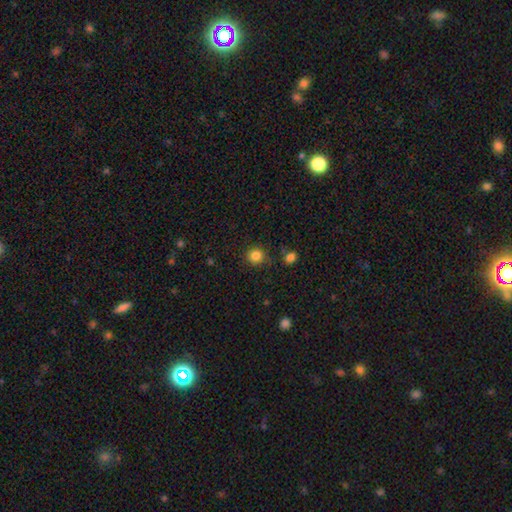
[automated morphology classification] Q: Smooth or featured?
A: smooth (84%); runner-up: star or artifact (12%)
Q: How rounded?
A: round (91%); runner-up: in between (8%)
Q: Merging?
A: none (84%); runner-up: minor disturbance (10%)